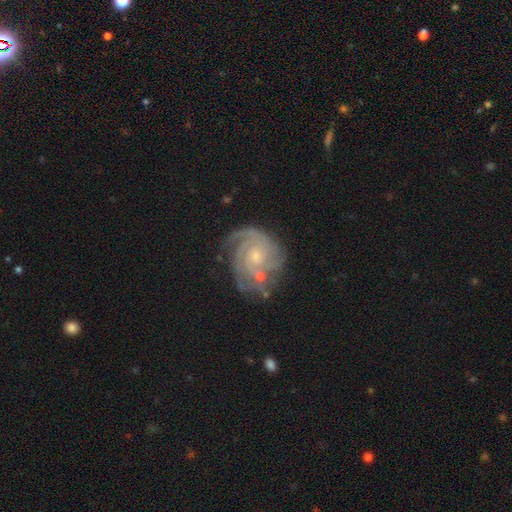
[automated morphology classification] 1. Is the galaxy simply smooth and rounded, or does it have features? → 88% featured or disk, 7% smooth, 6% star or artifact.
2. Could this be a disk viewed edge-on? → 98% no, 2% yes.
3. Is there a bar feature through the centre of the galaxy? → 72% no, 24% weak, 4% strong.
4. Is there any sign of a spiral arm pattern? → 97% yes, 3% no.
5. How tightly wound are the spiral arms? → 68% tight, 26% medium, 5% loose.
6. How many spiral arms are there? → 34% 3, 22% can't tell, 18% 2, 14% 4, 6% 1, 6% more than 4.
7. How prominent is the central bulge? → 59% small, 34% moderate, 4% none, 2% large, 1% dominant.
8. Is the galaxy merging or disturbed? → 65% none, 19% minor disturbance, 9% major disturbance, 7% merger.